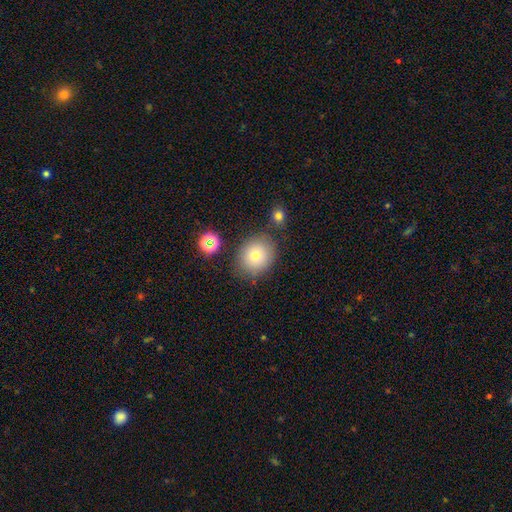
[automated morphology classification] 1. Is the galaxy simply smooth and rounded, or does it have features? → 76% smooth, 12% star or artifact, 12% featured or disk.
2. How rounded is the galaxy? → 74% round, 25% in between, 1% cigar-shaped.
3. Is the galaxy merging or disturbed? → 79% none, 12% minor disturbance, 5% merger, 4% major disturbance.